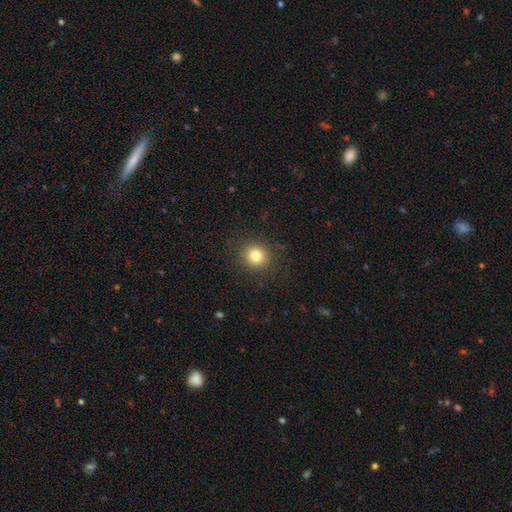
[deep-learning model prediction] A smooth galaxy with no disk features (81%) that is round (88%). Merging: none (89%).